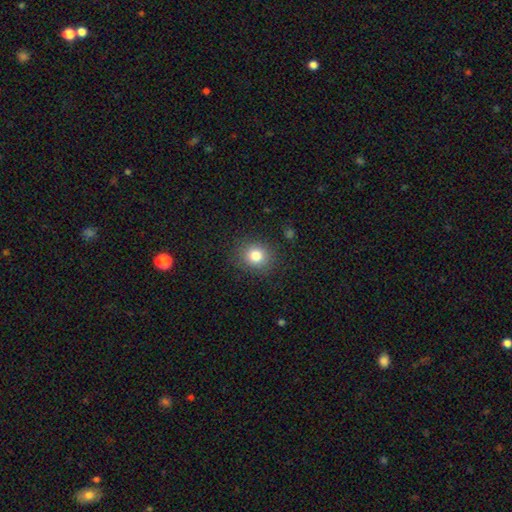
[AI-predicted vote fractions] smooth-or-featured: smooth: 81% | star or artifact: 11% | featured or disk: 7%
  how-rounded: round: 78% | in between: 21% | cigar-shaped: 1%
  merging: none: 86% | minor disturbance: 9% | major disturbance: 4% | merger: 1%